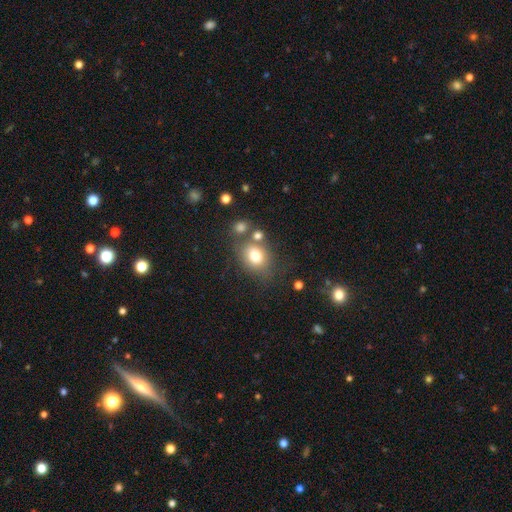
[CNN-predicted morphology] Smooth or featured?
  - smooth: 76% *
  - star or artifact: 12%
  - featured or disk: 12%
How rounded?
  - round: 54% *
  - in between: 45%
  - cigar-shaped: 1%
Merging?
  - none: 61% *
  - merger: 16%
  - minor disturbance: 16%
  - major disturbance: 7%